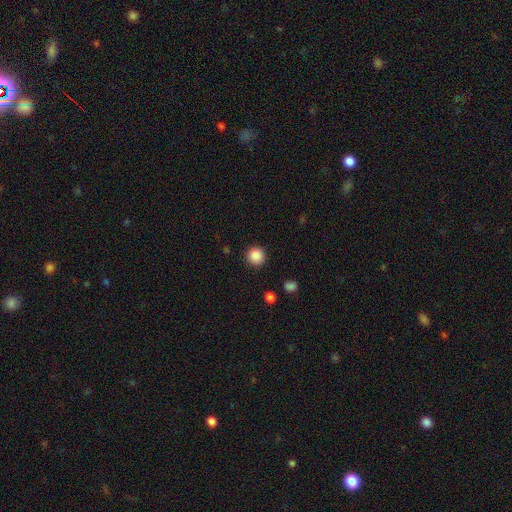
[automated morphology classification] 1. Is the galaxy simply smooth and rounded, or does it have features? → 88% smooth, 10% star or artifact, 3% featured or disk.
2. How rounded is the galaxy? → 94% round, 5% in between, 1% cigar-shaped.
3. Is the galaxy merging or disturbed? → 91% none, 6% minor disturbance, 2% major disturbance, 1% merger.